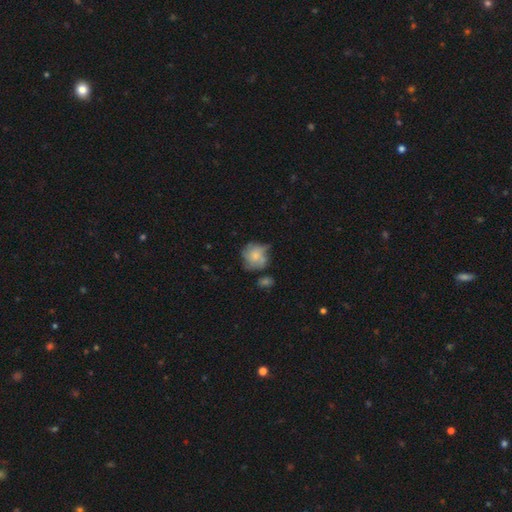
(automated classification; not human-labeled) A smooth galaxy with no disk features (63%) that is round (78%). Merging: none (49%).